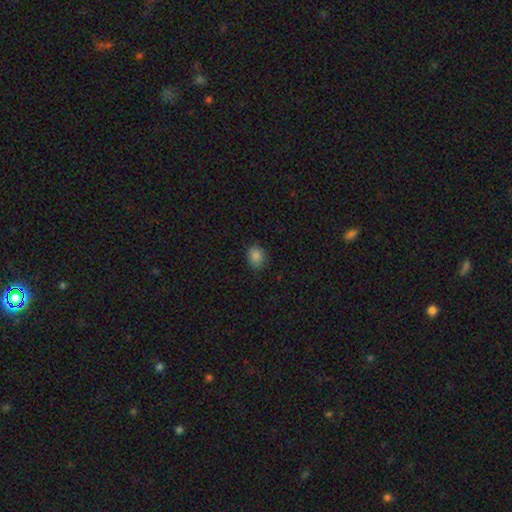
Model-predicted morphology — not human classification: type=smooth (85%); roundness=round (59%); merging=none (86%).